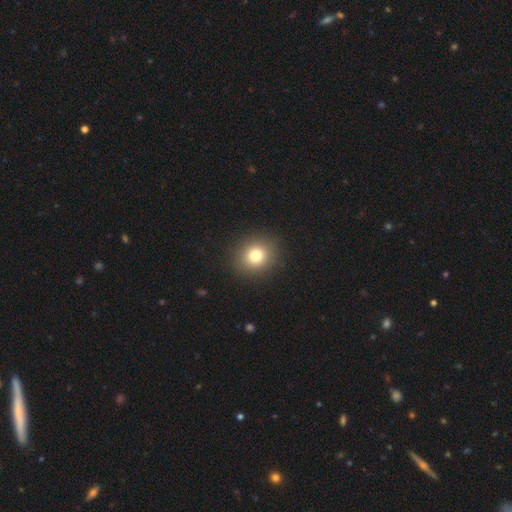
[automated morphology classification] This is likely a smooth galaxy (79%). How rounded: clearly round (81%). Merging: clearly none (91%).